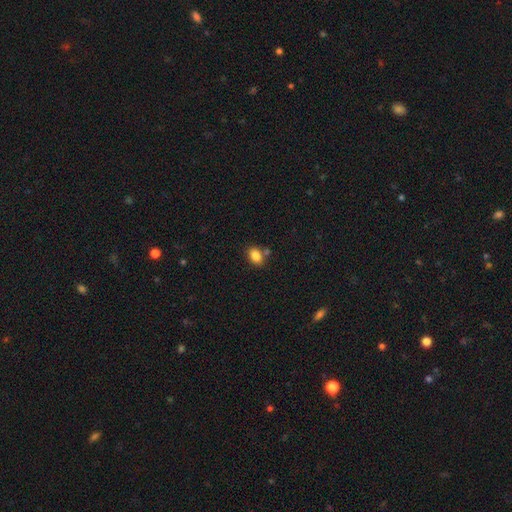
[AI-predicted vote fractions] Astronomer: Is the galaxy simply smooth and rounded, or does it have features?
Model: smooth — 84%.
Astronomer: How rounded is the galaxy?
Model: in between — 78%.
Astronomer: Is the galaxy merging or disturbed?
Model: none — 69%.